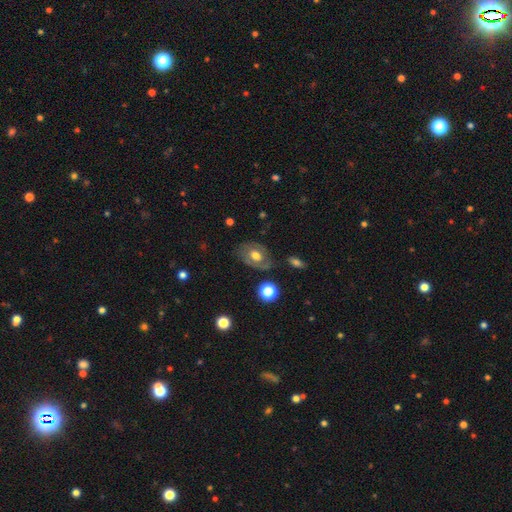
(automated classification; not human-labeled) Overall: featured or disk (48%; smooth 43%). Merging: none (71%).